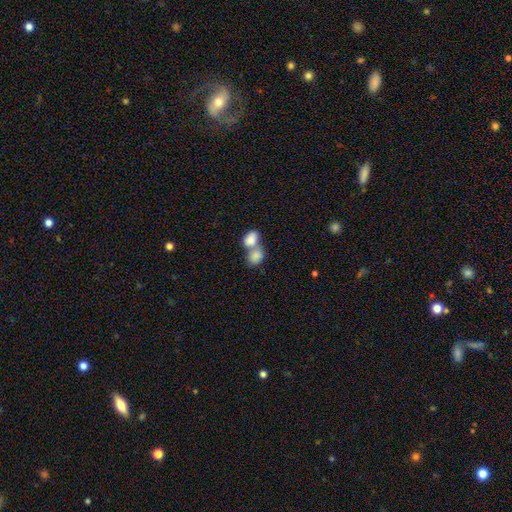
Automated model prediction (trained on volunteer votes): smooth_or_featured: smooth (p=0.83) [alt: featured or disk p=0.10]
how_rounded: in between (p=0.73) [alt: round p=0.25]
merging: merger (p=0.73) [alt: none p=0.18]